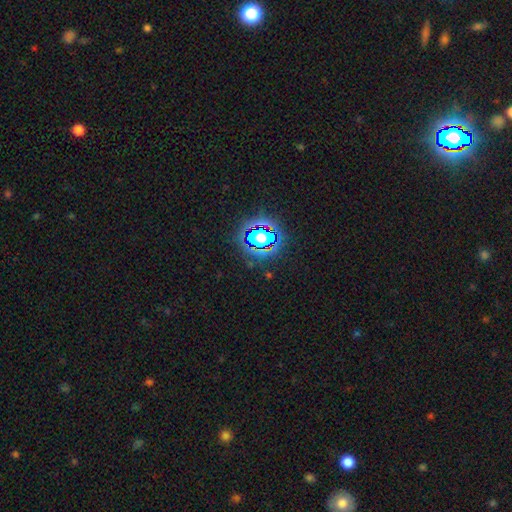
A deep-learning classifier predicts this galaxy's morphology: type=star or artifact (80%).